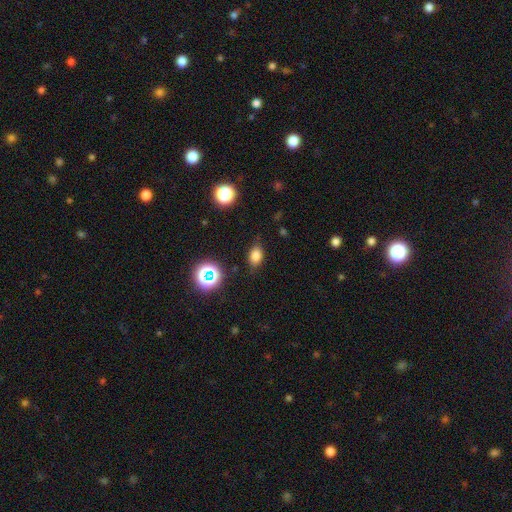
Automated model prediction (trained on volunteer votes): Smooth or featured? Predicted: smooth (p=0.78). How rounded? Predicted: in between (p=0.78). Merging? Predicted: none (p=0.79).